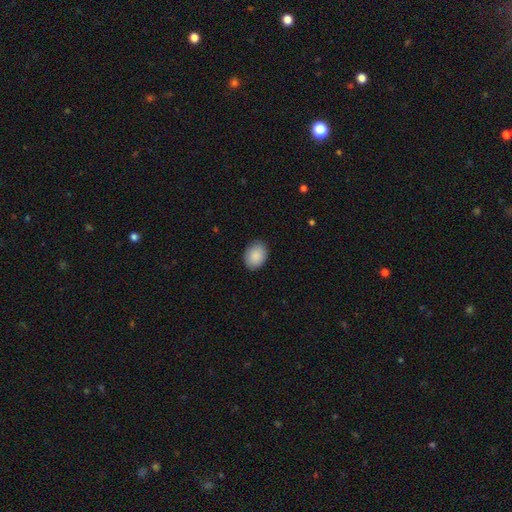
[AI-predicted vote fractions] Q: Smooth or featured?
A: smooth (90%); runner-up: star or artifact (6%)
Q: How rounded?
A: in between (69%); runner-up: round (30%)
Q: Merging?
A: none (87%); runner-up: minor disturbance (10%)